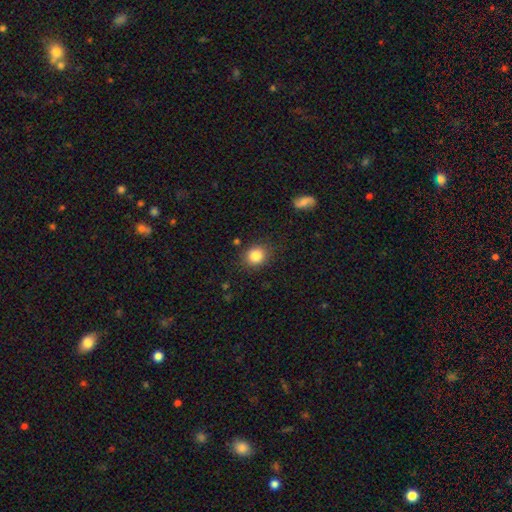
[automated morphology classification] Smooth or featured?
  - smooth: 84% *
  - star or artifact: 10%
  - featured or disk: 6%
How rounded?
  - round: 75% *
  - in between: 24%
  - cigar-shaped: 1%
Merging?
  - none: 84% *
  - minor disturbance: 11%
  - major disturbance: 3%
  - merger: 2%